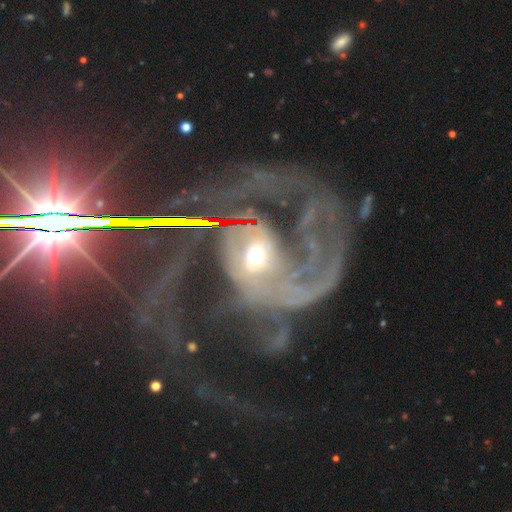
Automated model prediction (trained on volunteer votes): smooth_or_featured: featured or disk (p=0.85) [alt: star or artifact p=0.10]
disk_edge_on: no (p=0.97) [alt: yes p=0.03]
bar: no (p=0.47) [alt: weak p=0.31]
has_spiral_arms: yes (p=0.92) [alt: no p=0.08]
spiral_winding: medium (p=0.48) [alt: loose p=0.31]
spiral_arm_count: 2 (p=0.61) [alt: 1 p=0.12]
bulge_size: small (p=0.49) [alt: moderate p=0.45]
merging: major disturbance (p=0.51) [alt: none p=0.28]